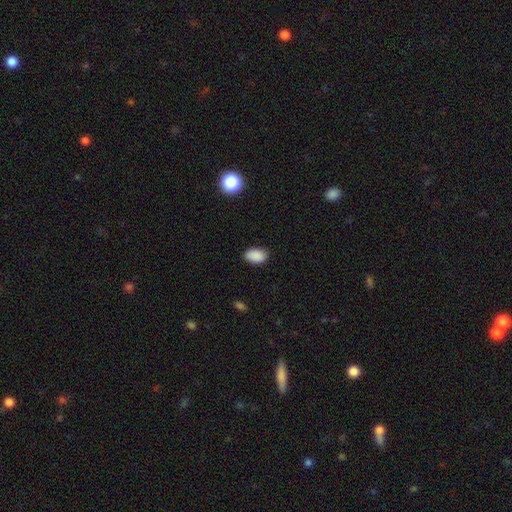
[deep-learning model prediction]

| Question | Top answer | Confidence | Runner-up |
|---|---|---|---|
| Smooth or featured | smooth | 89% | star or artifact (8%) |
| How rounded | in between | 90% | round (8%) |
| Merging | none | 86% | minor disturbance (10%) |